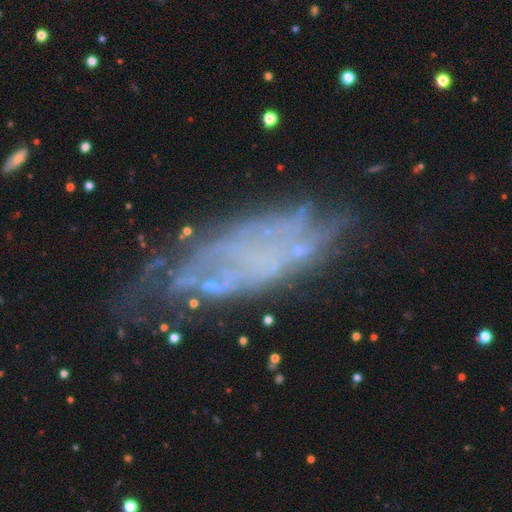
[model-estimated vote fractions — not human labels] A featured or disk galaxy (59%). Merging: none (49%).